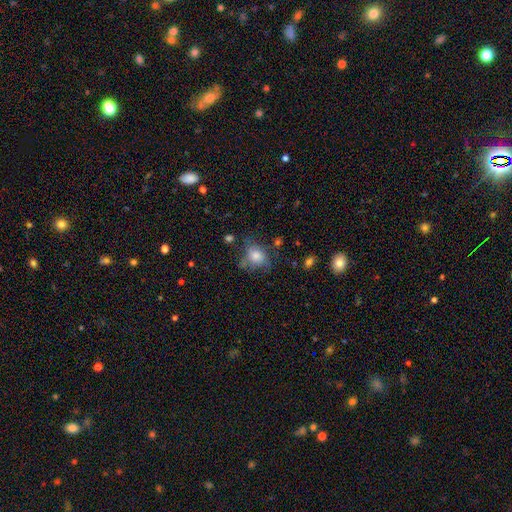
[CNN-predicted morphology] smooth 68%, featured or disk 20%, star or artifact 12%. Down the decision tree: how rounded — round (51%); merging — none (52%).